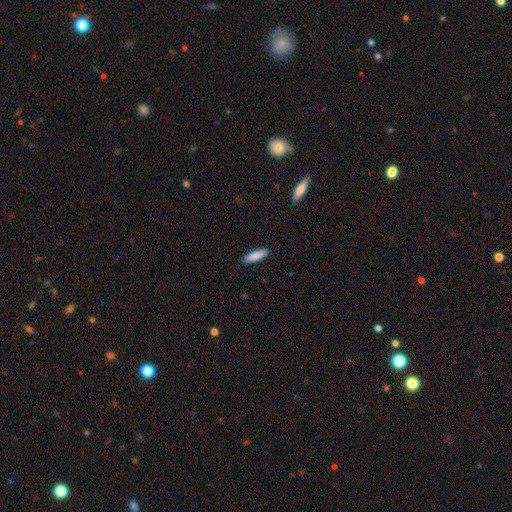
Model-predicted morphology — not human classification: smooth_or_featured: smooth (p=0.88) [alt: featured or disk p=0.07]
how_rounded: cigar-shaped (p=0.65) [alt: in between p=0.34]
merging: none (p=0.91) [alt: minor disturbance p=0.07]